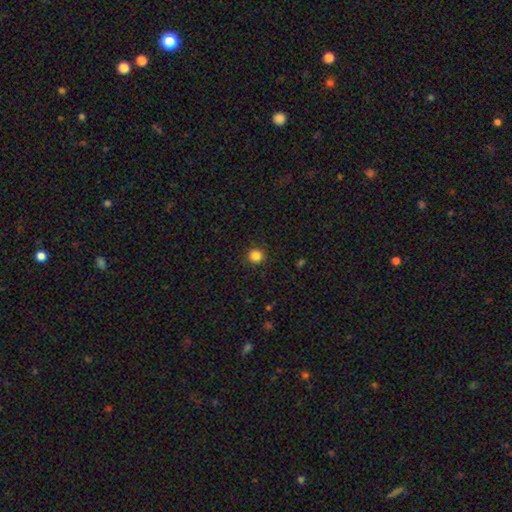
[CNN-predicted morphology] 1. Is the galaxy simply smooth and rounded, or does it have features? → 84% smooth, 12% star or artifact, 4% featured or disk.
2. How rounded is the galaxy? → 92% round, 7% in between, 1% cigar-shaped.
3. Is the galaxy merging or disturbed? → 91% none, 6% minor disturbance, 2% major disturbance, 1% merger.